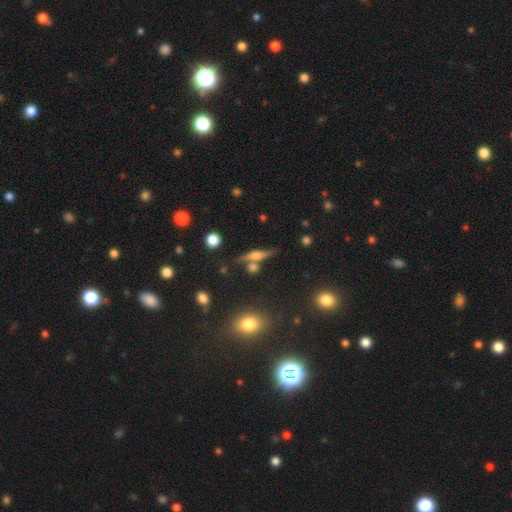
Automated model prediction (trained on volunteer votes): featured or disk 63%, smooth 26%, star or artifact 11%. Down the decision tree: edge-on disk — yes (93%); edge-on bulge — rounded (86%); merging — none (70%).